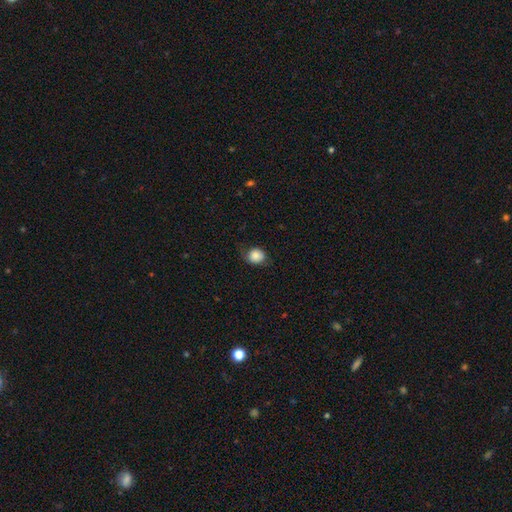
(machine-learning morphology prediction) This is clearly a smooth galaxy (83%). How rounded: likely round (72%). Merging: likely none (69%).